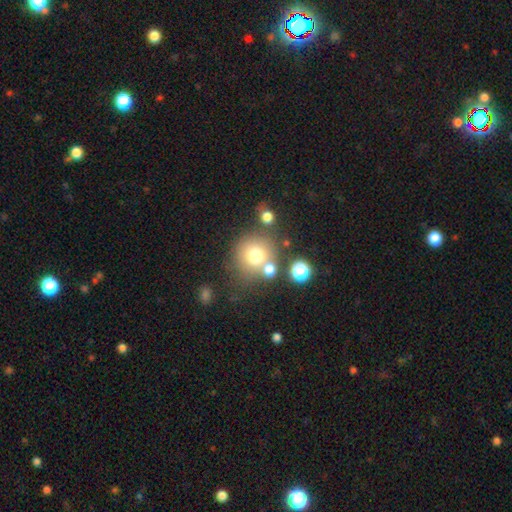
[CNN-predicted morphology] Smooth or featured?
  - smooth: 72% *
  - star or artifact: 15%
  - featured or disk: 13%
How rounded?
  - round: 90% *
  - in between: 9%
  - cigar-shaped: 1%
Merging?
  - none: 63% *
  - merger: 20%
  - minor disturbance: 11%
  - major disturbance: 6%